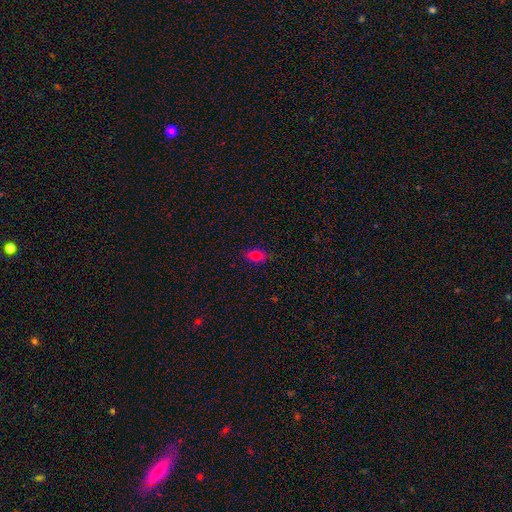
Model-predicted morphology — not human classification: smooth-or-featured: smooth: 80% | star or artifact: 12% | featured or disk: 9%
  how-rounded: in between: 83% | round: 15% | cigar-shaped: 3%
  merging: none: 86% | minor disturbance: 11% | major disturbance: 2% | merger: 1%